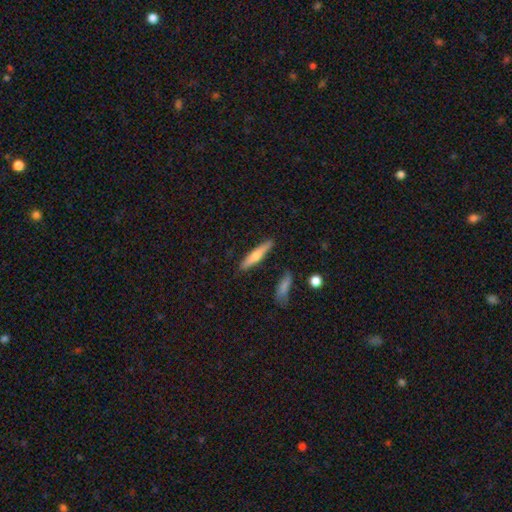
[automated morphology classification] Smooth or featured: smooth — 58% (featured or disk — 37%)
How rounded: cigar-shaped — 86% (in between — 12%)
Merging: none — 86% (minor disturbance — 9%)